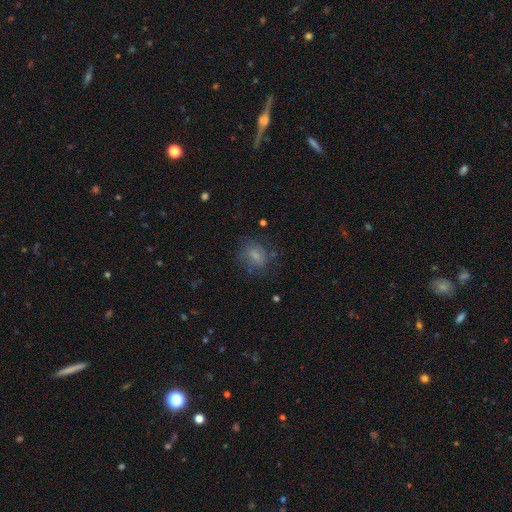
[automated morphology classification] smooth-or-featured: smooth: 65% | featured or disk: 23% | star or artifact: 12%
  how-rounded: in between: 58% | round: 40% | cigar-shaped: 2%
  merging: none: 64% | minor disturbance: 21% | major disturbance: 13% | merger: 2%